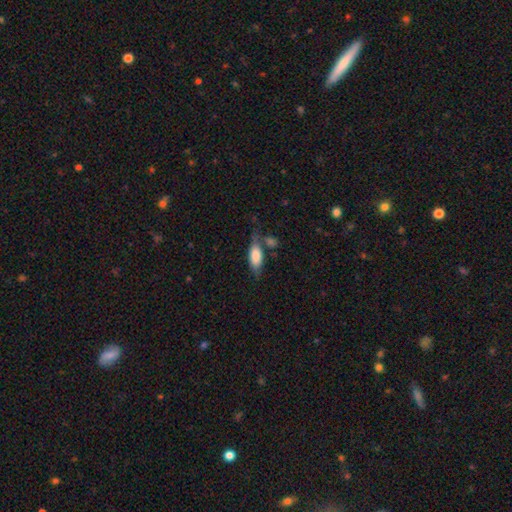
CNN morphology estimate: smooth_or_featured: smooth (p=0.78) [alt: featured or disk p=0.16]
how_rounded: in between (p=0.81) [alt: cigar-shaped p=0.16]
merging: none (p=0.51) [alt: minor disturbance p=0.23]